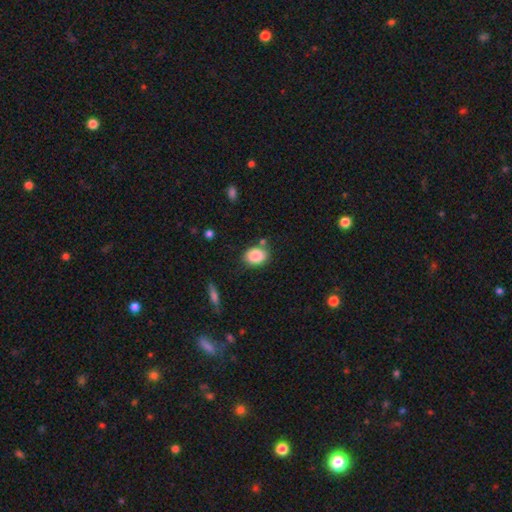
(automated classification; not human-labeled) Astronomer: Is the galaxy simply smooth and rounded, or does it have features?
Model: smooth — 87%.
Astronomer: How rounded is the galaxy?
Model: in between — 69%.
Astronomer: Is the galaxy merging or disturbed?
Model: none — 74%.